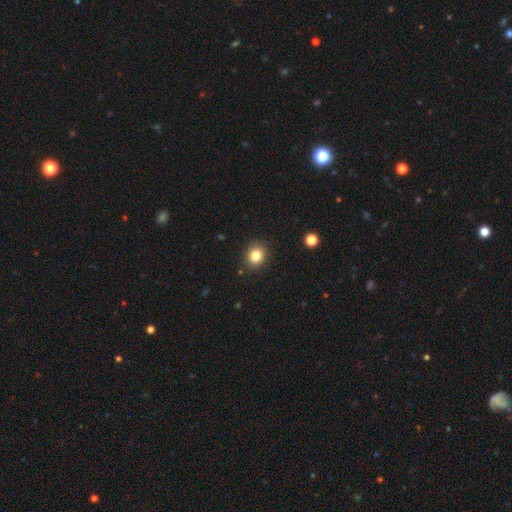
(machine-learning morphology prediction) Overall: smooth (82%). How rounded: round (74%). Merging: none (88%).